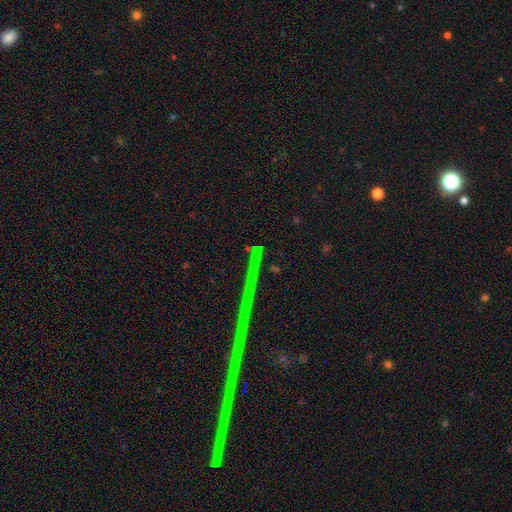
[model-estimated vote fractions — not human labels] Smooth or featured? star or artifact (74%)